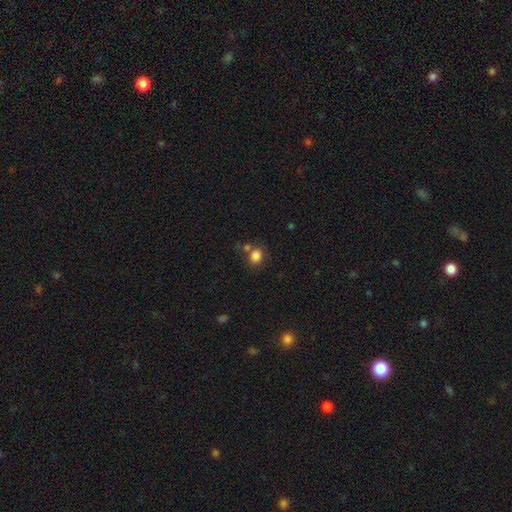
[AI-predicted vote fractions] Overall: smooth (83%). How rounded: round (64%; in between 35%). Merging: none (61%).